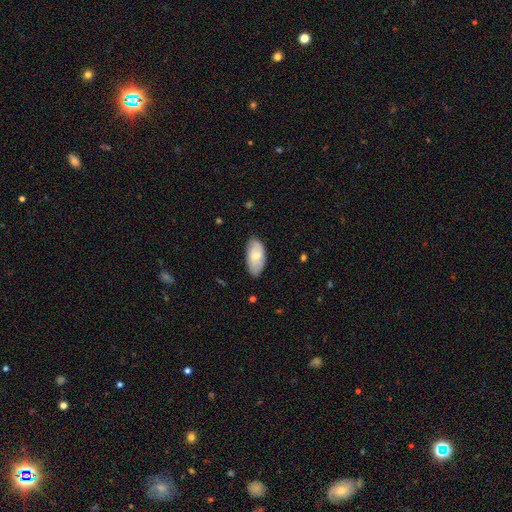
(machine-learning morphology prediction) smooth 63%, featured or disk 31%, star or artifact 6%. Down the decision tree: how rounded — in between (93%); merging — none (78%).